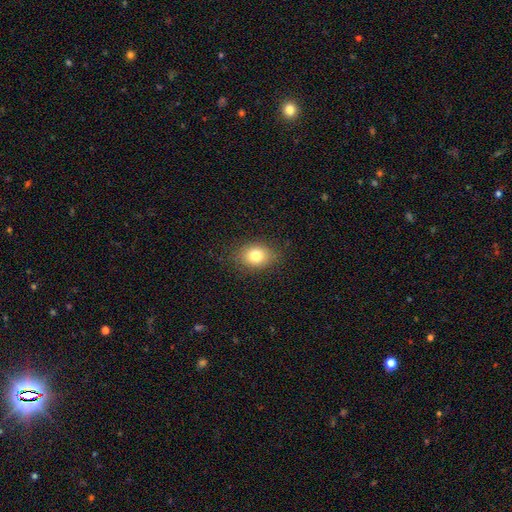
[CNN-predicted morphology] Smooth or featured?
  - smooth: 79% *
  - star or artifact: 11%
  - featured or disk: 10%
How rounded?
  - in between: 60% *
  - round: 39%
  - cigar-shaped: 1%
Merging?
  - none: 86% *
  - minor disturbance: 10%
  - major disturbance: 3%
  - merger: 1%